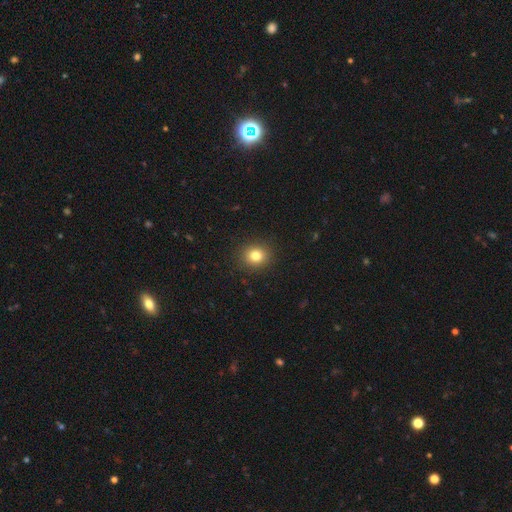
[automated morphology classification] Smooth or featured: smooth — 82% (star or artifact — 12%)
How rounded: round — 80% (in between — 19%)
Merging: none — 91% (minor disturbance — 6%)